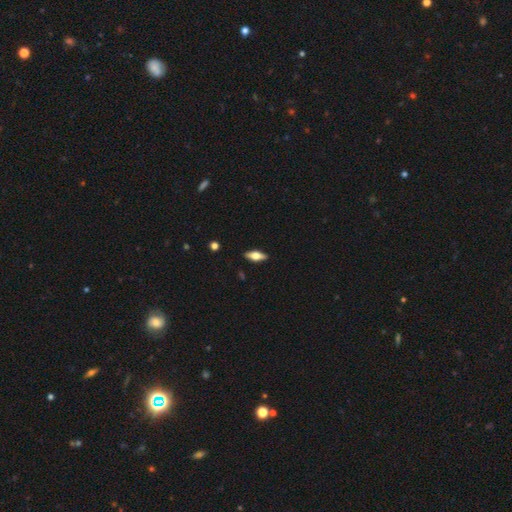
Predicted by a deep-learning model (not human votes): smooth-or-featured: smooth: 51% | featured or disk: 42% | star or artifact: 7%
  how-rounded: in between: 71% | cigar-shaped: 26% | round: 3%
  merging: none: 89% | minor disturbance: 8% | major disturbance: 2% | merger: 1%